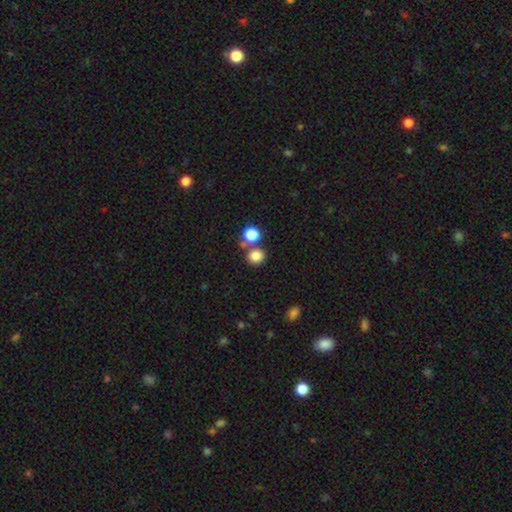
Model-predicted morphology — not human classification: This is clearly a smooth galaxy (81%). How rounded: clearly round (88%). Merging: likely none (70%).